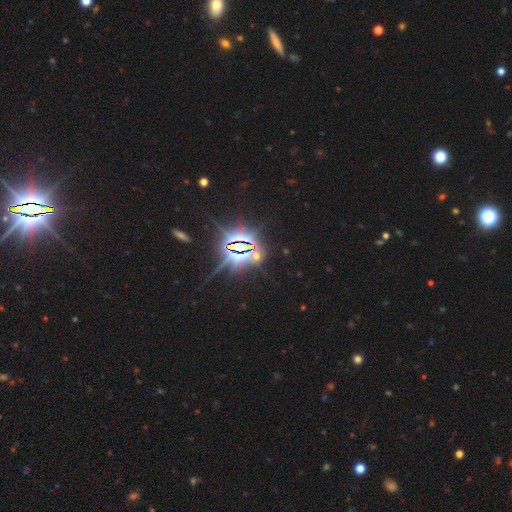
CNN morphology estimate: This is likely a star or artifact rather than a galaxy (79%).